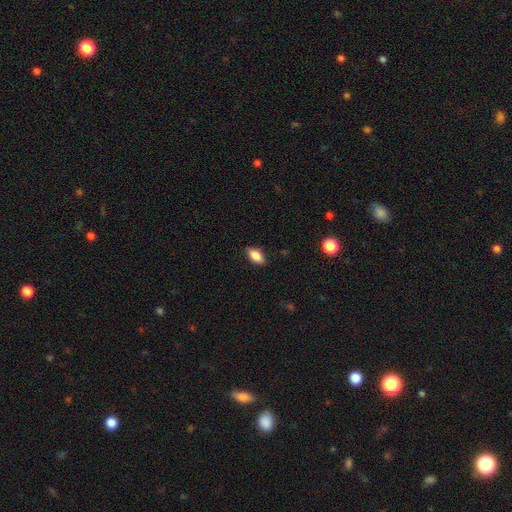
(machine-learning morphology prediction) This appears to be a smooth galaxy with no disk features (85%) that is in between round and cigar-shaped (89%). Merging: none (86%).